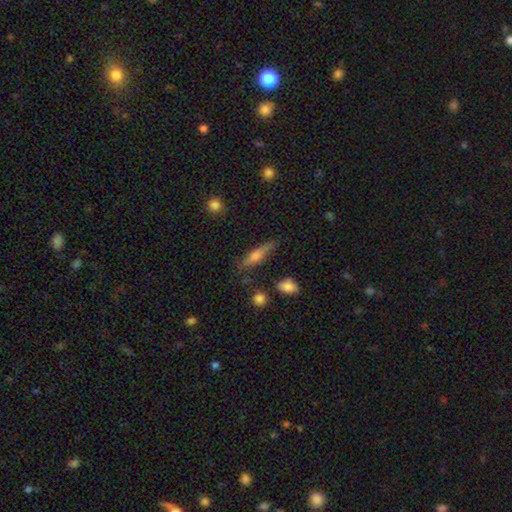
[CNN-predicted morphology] Smooth or featured? smooth (56%)
How rounded? cigar-shaped (68%)
Merging? none (72%)